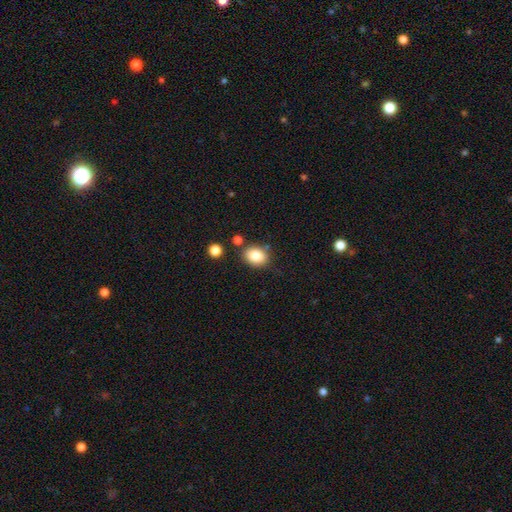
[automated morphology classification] smooth-or-featured: smooth: 84% | star or artifact: 9% | featured or disk: 7%
  how-rounded: in between: 59% | round: 40% | cigar-shaped: 1%
  merging: none: 79% | minor disturbance: 12% | merger: 7% | major disturbance: 3%